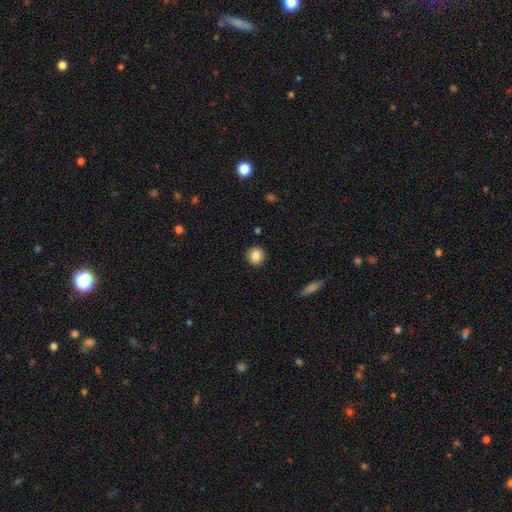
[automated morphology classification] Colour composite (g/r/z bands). It shows a smooth galaxy with no disk features (85%) that is round (92%). Merging: none (91%).